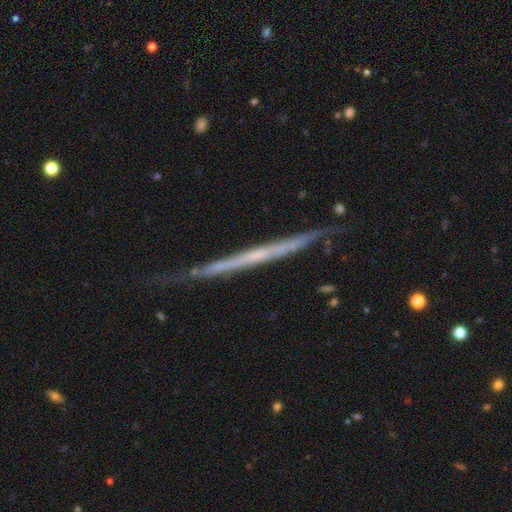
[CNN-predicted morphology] Smooth or featured? Predicted: featured or disk (p=0.71). Edge-on disk? Predicted: yes (p=0.96). Edge-on bulge? Predicted: none (p=0.81). Merging? Predicted: none (p=0.72).